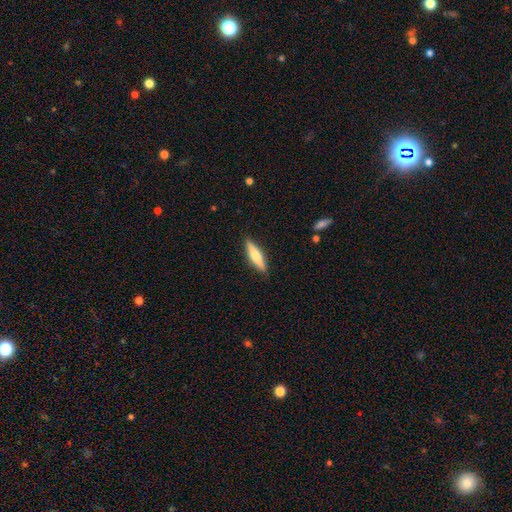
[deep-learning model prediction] A smooth galaxy with no disk features (52%) that is cigar-shaped (79%). Merging: none (90%).